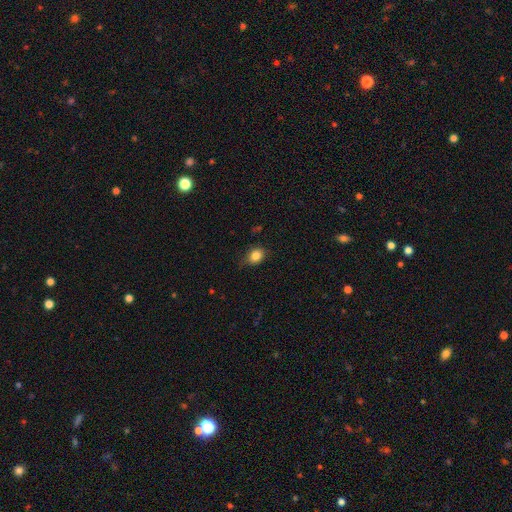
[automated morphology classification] smooth 84%, star or artifact 10%, featured or disk 6%. Down the decision tree: how rounded — in between (50%); merging — none (74%).